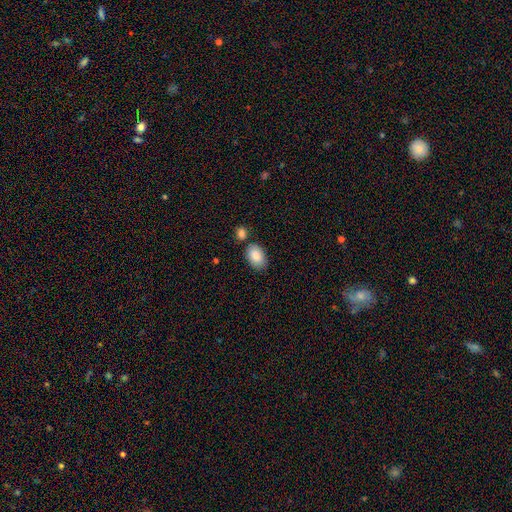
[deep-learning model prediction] This is clearly a smooth galaxy (86%). How rounded: clearly in between (86%). Merging: likely none (70%).